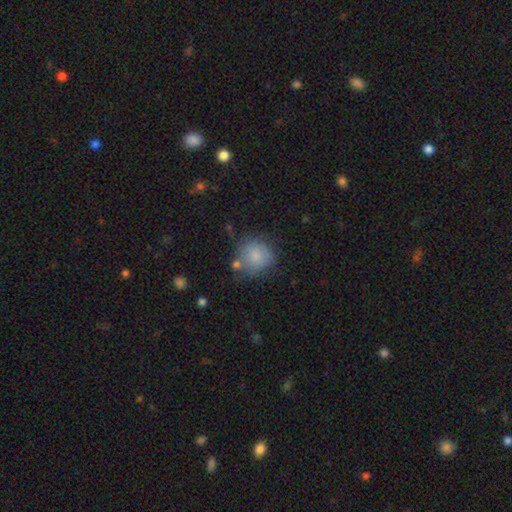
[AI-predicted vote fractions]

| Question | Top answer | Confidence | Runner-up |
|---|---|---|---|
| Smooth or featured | smooth | 82% | featured or disk (10%) |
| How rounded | round | 88% | in between (11%) |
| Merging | none | 66% | minor disturbance (19%) |